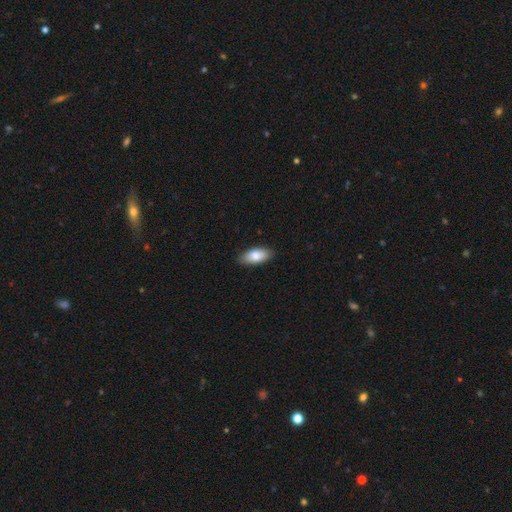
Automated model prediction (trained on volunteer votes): The model was most divided on "smooth or featured": smooth: 83%, featured or disk: 11%, star or artifact: 6%. More confident: how rounded — in between (90%); merging — none (86%).